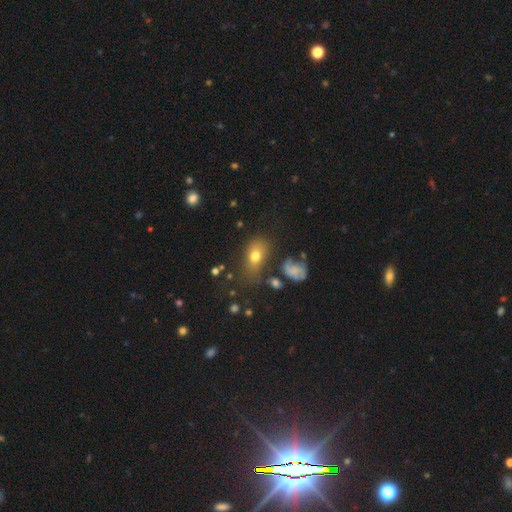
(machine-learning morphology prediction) Q: Smooth or featured?
A: smooth (72%); runner-up: featured or disk (16%)
Q: How rounded?
A: in between (78%); runner-up: round (20%)
Q: Merging?
A: none (57%); runner-up: minor disturbance (23%)